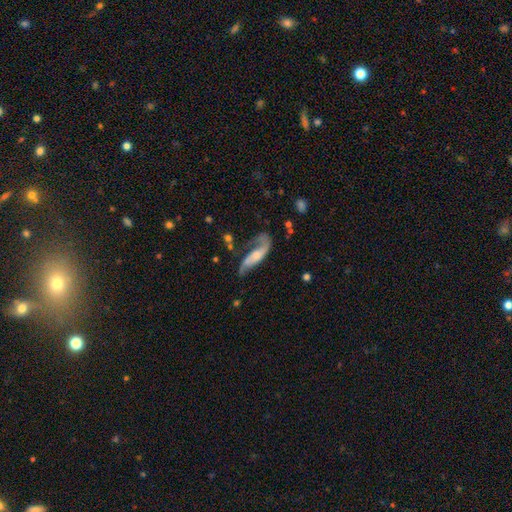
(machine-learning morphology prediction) Smooth or featured? featured or disk (69%)
Edge-on disk? no (86%)
Bar? no (54%)
Spiral arms? yes (87%)
Spiral winding? loose (63%)
Spiral arm count? 2 (67%)
Bulge size? small (38%)
Merging? none (39%)